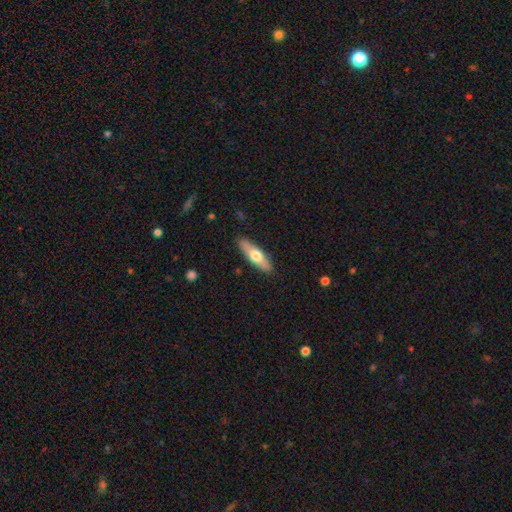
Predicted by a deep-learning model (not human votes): Q: Smooth or featured?
A: smooth (56%); runner-up: featured or disk (39%)
Q: How rounded?
A: cigar-shaped (58%); runner-up: in between (40%)
Q: Merging?
A: none (88%); runner-up: minor disturbance (9%)